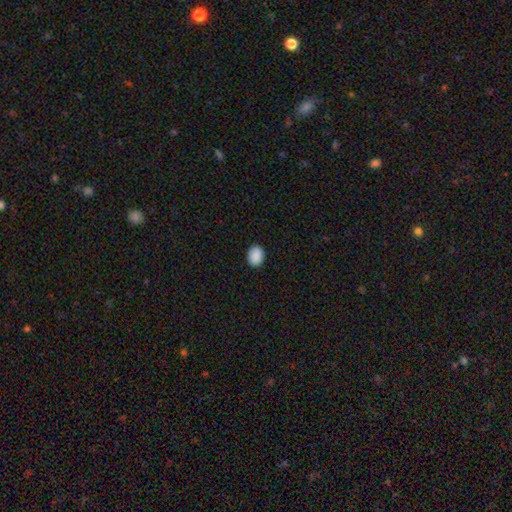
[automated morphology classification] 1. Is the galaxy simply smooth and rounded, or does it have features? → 90% smooth, 7% star or artifact, 2% featured or disk.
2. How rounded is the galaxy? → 60% in between, 39% round, 1% cigar-shaped.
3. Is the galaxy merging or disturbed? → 90% none, 7% minor disturbance, 2% major disturbance, 1% merger.